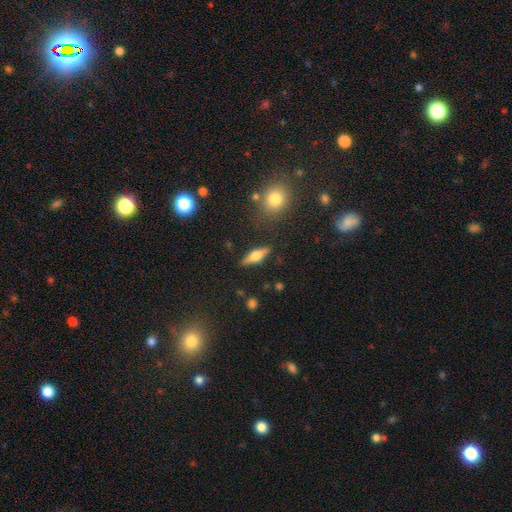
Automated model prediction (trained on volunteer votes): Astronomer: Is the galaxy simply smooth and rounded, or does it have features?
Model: featured or disk — 49% (runner-up: smooth, 44%).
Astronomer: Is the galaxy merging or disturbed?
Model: none — 85%.